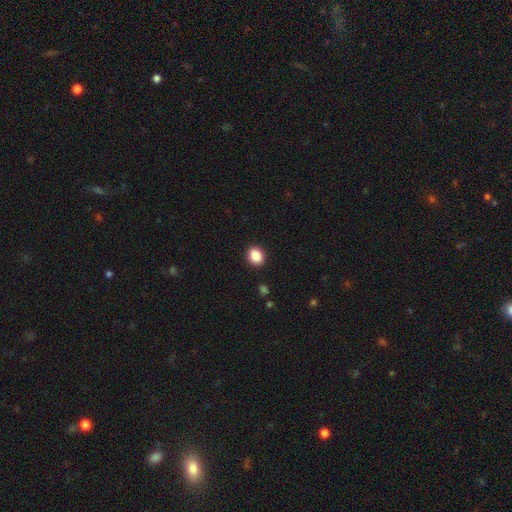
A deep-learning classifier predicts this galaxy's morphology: Q: Smooth or featured?
A: smooth (87%); runner-up: star or artifact (9%)
Q: How rounded?
A: round (58%); runner-up: in between (41%)
Q: Merging?
A: none (91%); runner-up: minor disturbance (6%)